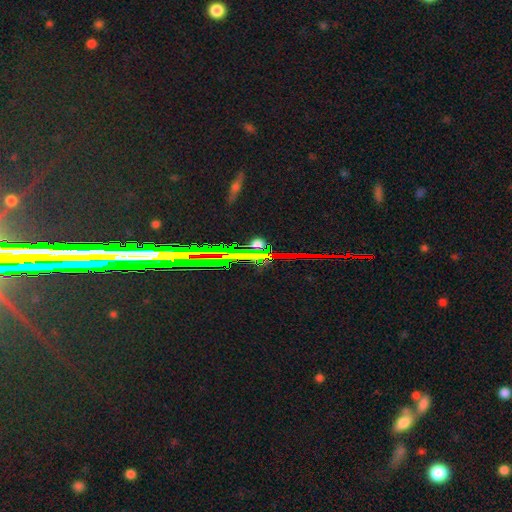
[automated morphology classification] Smooth or featured: star or artifact — 81% (featured or disk — 11%)